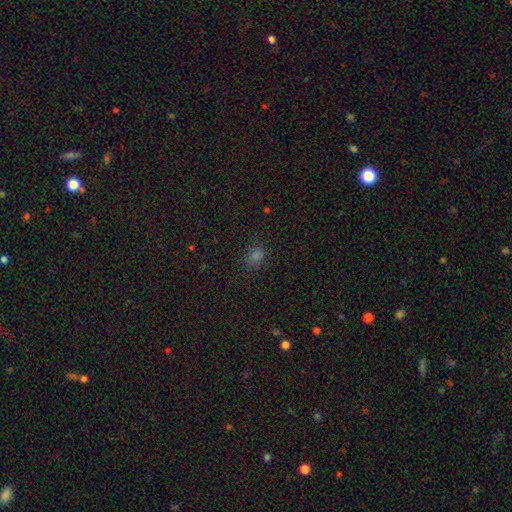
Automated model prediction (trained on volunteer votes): Smooth or featured? smooth (70%)
How rounded? in between (53%)
Merging? none (80%)